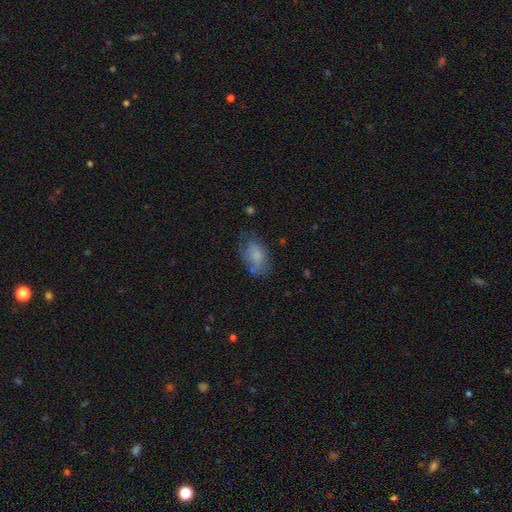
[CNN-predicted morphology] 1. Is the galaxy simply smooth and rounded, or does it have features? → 70% smooth, 22% featured or disk, 9% star or artifact.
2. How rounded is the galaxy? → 89% in between, 9% round, 2% cigar-shaped.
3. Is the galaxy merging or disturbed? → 55% none, 27% minor disturbance, 14% major disturbance, 4% merger.